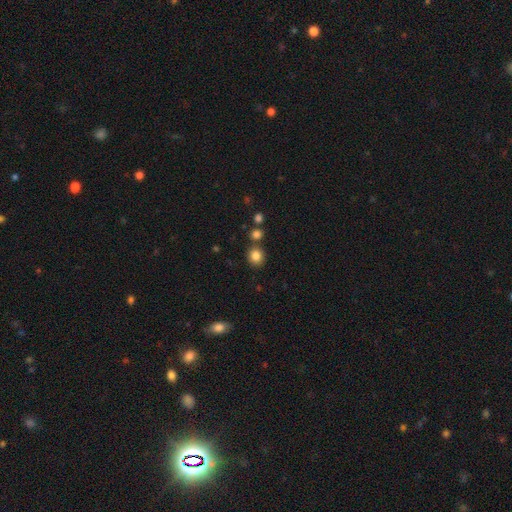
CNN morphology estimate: smooth_or_featured: smooth (p=0.84) [alt: star or artifact p=0.11]
how_rounded: round (p=0.85) [alt: in between p=0.14]
merging: none (p=0.79) [alt: merger p=0.10]